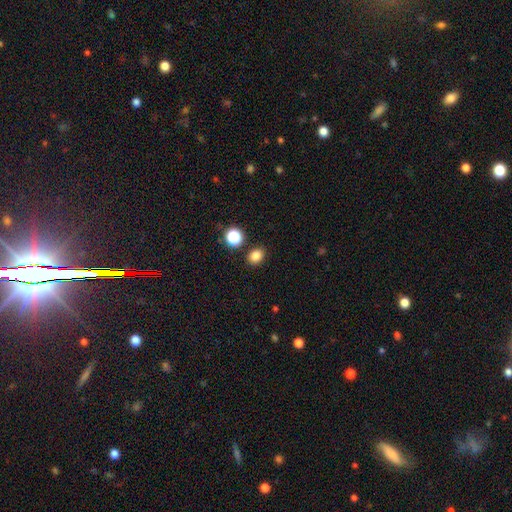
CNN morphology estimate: Q: Smooth or featured?
A: smooth (82%); runner-up: star or artifact (13%)
Q: How rounded?
A: in between (50%); runner-up: round (49%)
Q: Merging?
A: none (85%); runner-up: minor disturbance (8%)